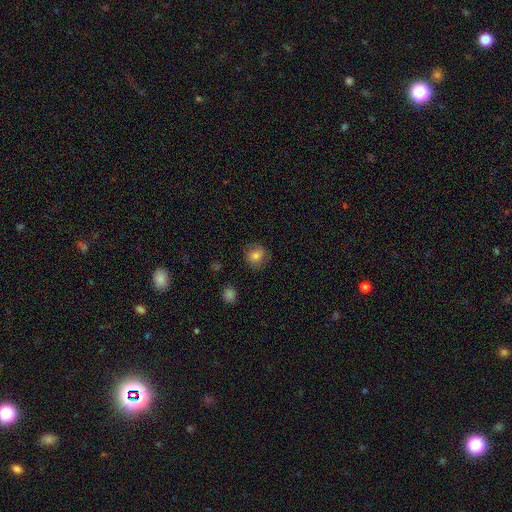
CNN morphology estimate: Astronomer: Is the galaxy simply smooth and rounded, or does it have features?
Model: smooth — 80%.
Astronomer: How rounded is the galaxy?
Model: round — 85%.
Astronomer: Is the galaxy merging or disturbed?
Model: none — 84%.